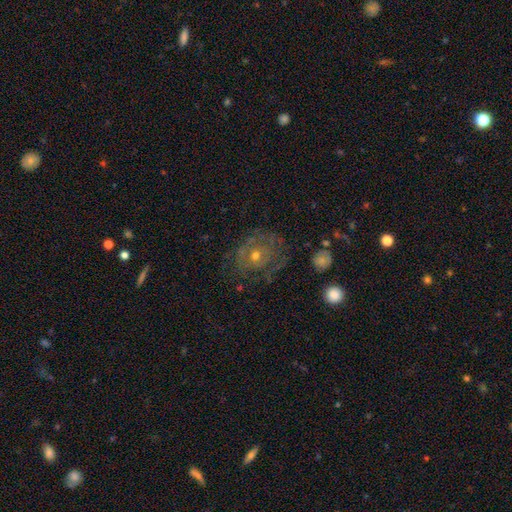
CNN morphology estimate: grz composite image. It shows a featured or disk galaxy (59%) with no bar (85%), spiral arms (51%) and a moderate central bulge (55%). Merging: none (63%).